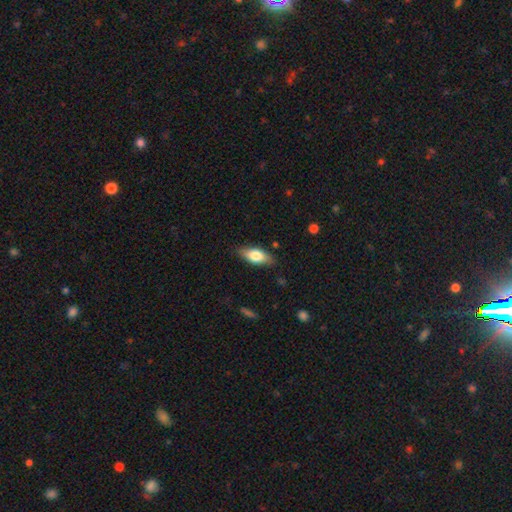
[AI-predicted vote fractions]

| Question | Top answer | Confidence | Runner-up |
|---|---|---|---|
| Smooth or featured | smooth | 70% | featured or disk (23%) |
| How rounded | in between | 81% | cigar-shaped (16%) |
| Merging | none | 81% | minor disturbance (15%) |